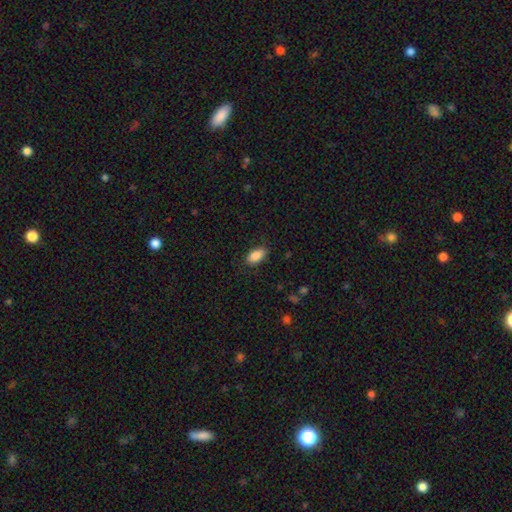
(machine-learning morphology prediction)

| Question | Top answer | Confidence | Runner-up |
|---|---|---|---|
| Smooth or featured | smooth | 88% | star or artifact (7%) |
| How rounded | in between | 93% | round (4%) |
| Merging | none | 84% | minor disturbance (12%) |